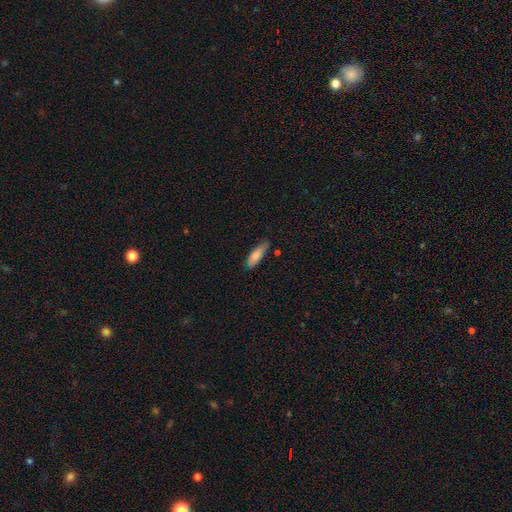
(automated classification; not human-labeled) Smooth or featured: smooth — 77% (featured or disk — 17%)
How rounded: cigar-shaped — 54% (in between — 44%)
Merging: none — 70% (minor disturbance — 24%)